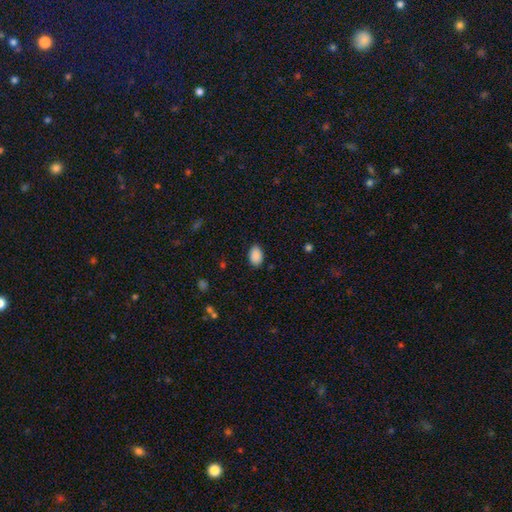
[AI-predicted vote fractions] A smooth galaxy with no disk features (90%) that is in between round and cigar-shaped (88%). Merging: none (87%).